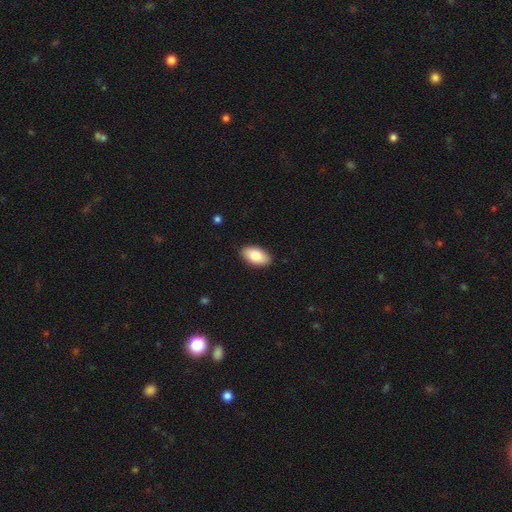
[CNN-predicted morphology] This appears to be a smooth galaxy with no disk features (83%) that is in between round and cigar-shaped (95%). Merging: none (90%).